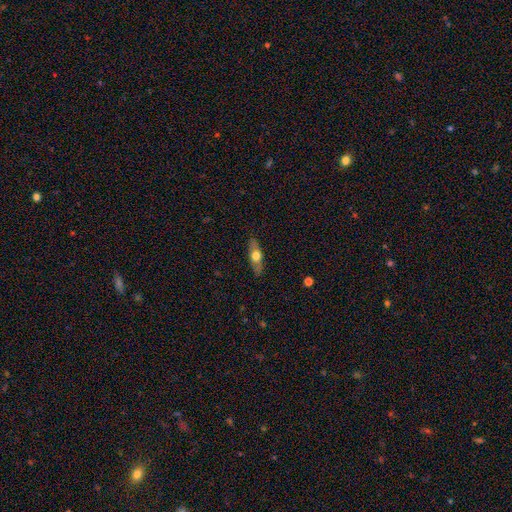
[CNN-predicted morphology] type=smooth (49%); merging=none (87%).